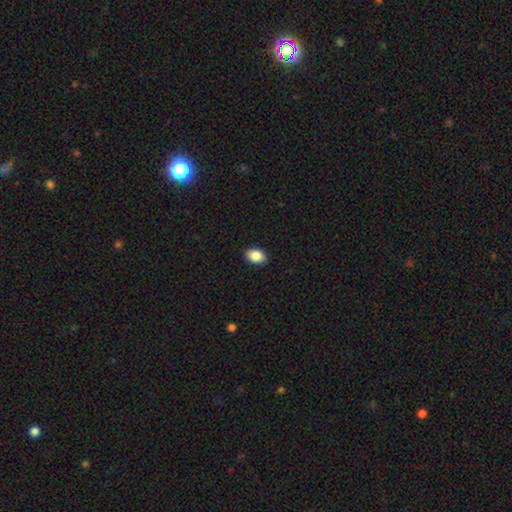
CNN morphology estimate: A smooth galaxy with no disk features (87%) that is in between round and cigar-shaped (81%). Merging: none (91%).